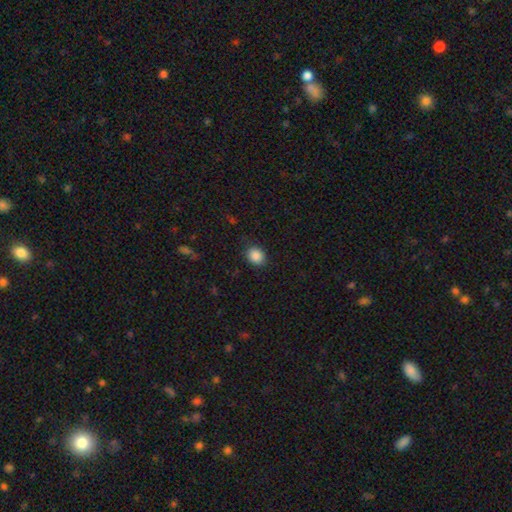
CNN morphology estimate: smooth 88%, star or artifact 9%, featured or disk 3%. Down the decision tree: how rounded — round (62%); merging — none (84%).